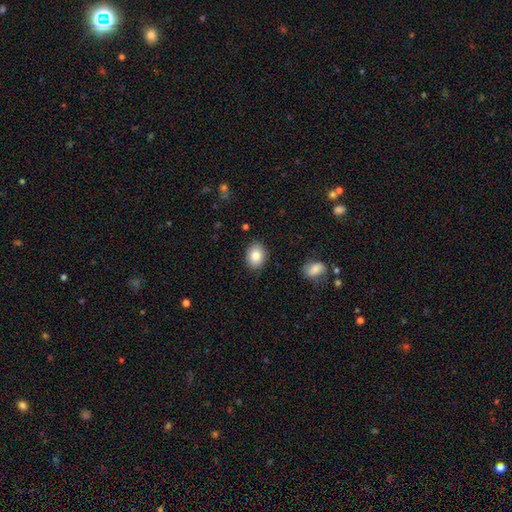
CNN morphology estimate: A smooth galaxy with no disk features (84%) that is in between round and cigar-shaped (66%).

Vote fractions:
- Smooth or featured? smooth: 84% / featured or disk: 8% / star or artifact: 8%
- How rounded? in between: 66% / round: 33% / cigar-shaped: 1%
- Merging? none: 87% / minor disturbance: 9% / major disturbance: 2% / merger: 1%